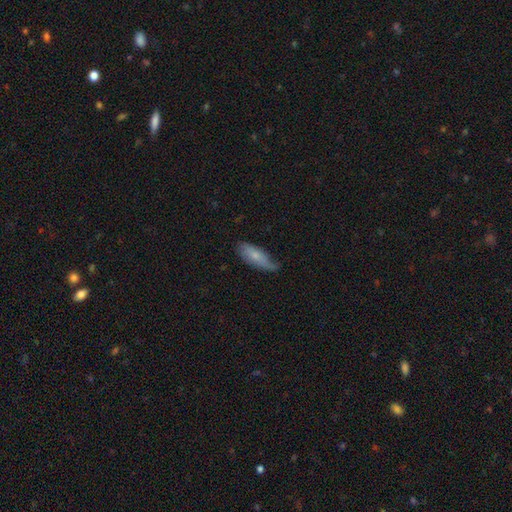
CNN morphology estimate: Smooth or featured: smooth — 66% (featured or disk — 27%)
How rounded: in between — 66% (cigar-shaped — 32%)
Merging: none — 53% (minor disturbance — 36%)